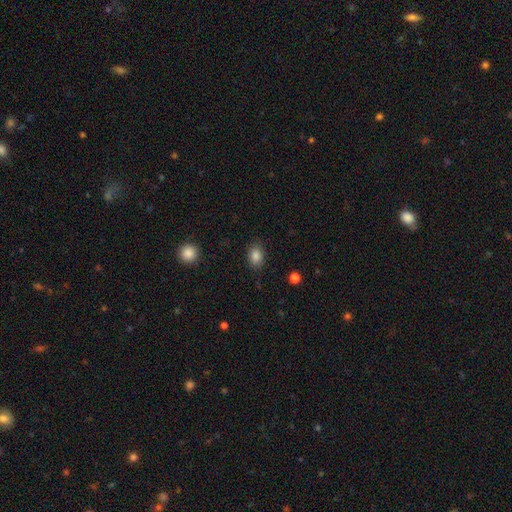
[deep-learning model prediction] A smooth galaxy with no disk features (86%) that is in between round and cigar-shaped (72%). Merging: none (85%).